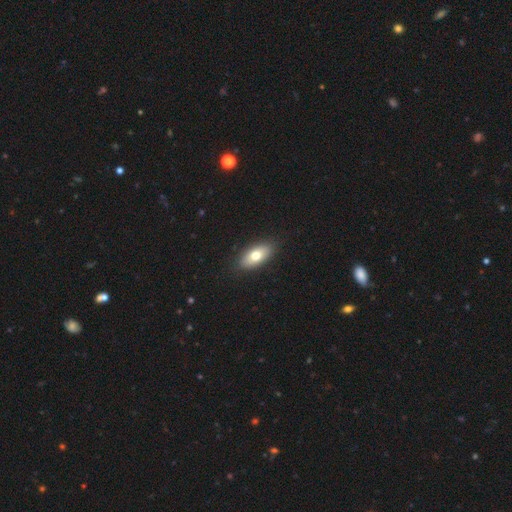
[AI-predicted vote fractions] Overall: smooth (71%). How rounded: in between (88%). Merging: none (87%).